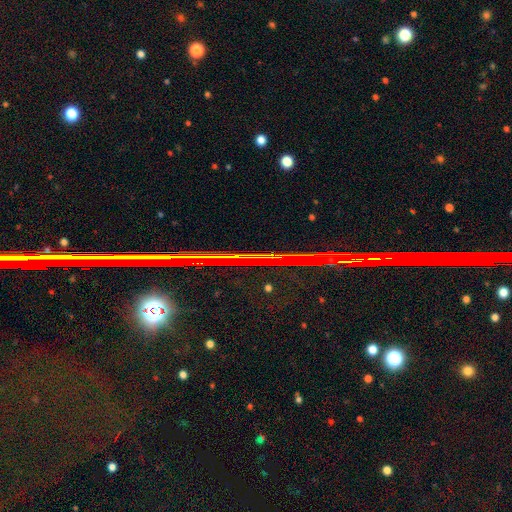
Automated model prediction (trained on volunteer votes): smooth-or-featured: star or artifact: 77% | featured or disk: 14% | smooth: 9%